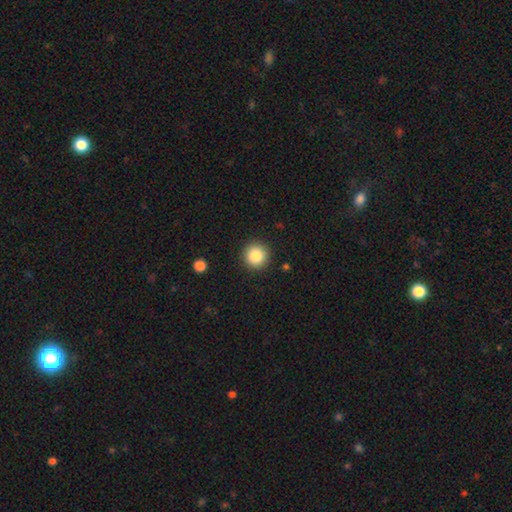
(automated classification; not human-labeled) This is clearly a smooth galaxy (85%). How rounded: clearly round (95%). Merging: clearly none (91%).